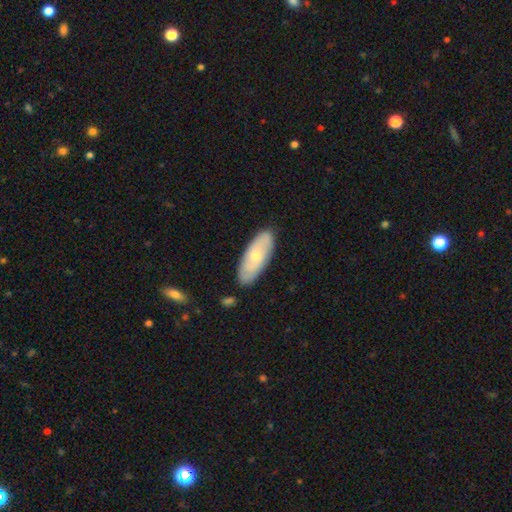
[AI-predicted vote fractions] This is possibly a smooth galaxy (58%). How rounded: likely in between (75%). Merging: clearly none (84%).